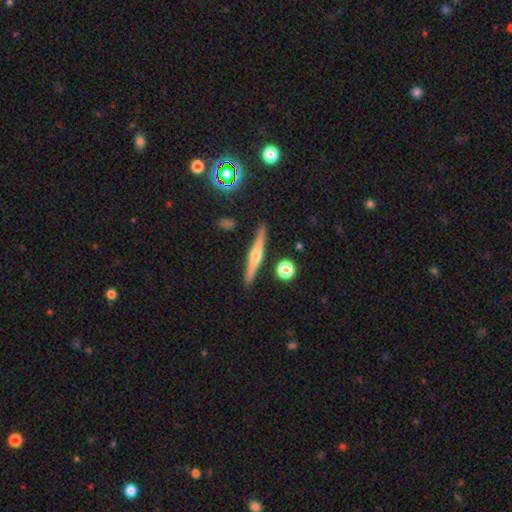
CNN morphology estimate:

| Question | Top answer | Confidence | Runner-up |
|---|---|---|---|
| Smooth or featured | featured or disk | 67% | smooth (26%) |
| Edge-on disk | yes | 98% | no (2%) |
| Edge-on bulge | rounded | 88% | none (6%) |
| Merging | none | 89% | minor disturbance (7%) |